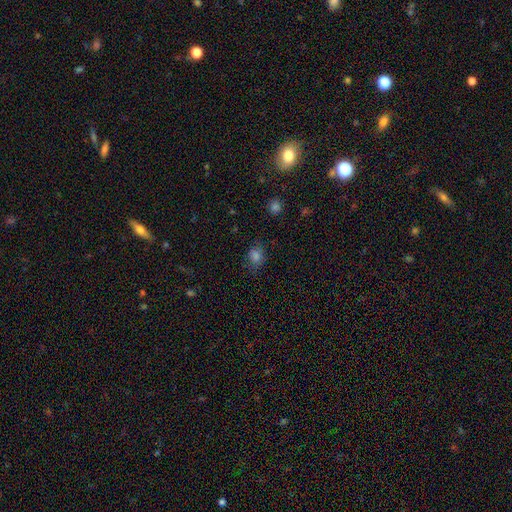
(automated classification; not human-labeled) Smooth or featured?
  - smooth: 75% *
  - star or artifact: 18%
  - featured or disk: 8%
How rounded?
  - in between: 53% *
  - round: 45%
  - cigar-shaped: 2%
Merging?
  - none: 73% *
  - minor disturbance: 20%
  - major disturbance: 6%
  - merger: 2%